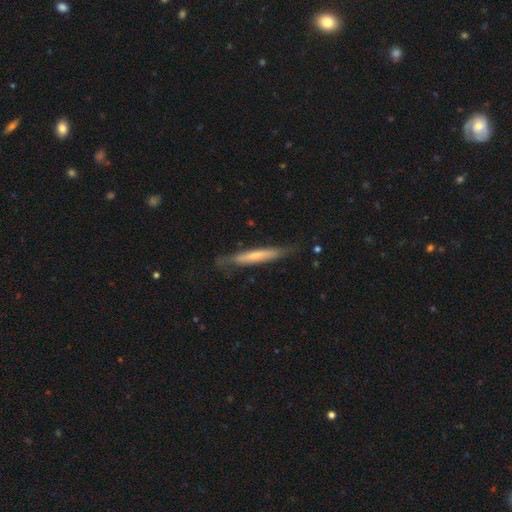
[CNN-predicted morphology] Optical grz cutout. It shows a smooth galaxy with no disk features (48%). Merging: none (73%).